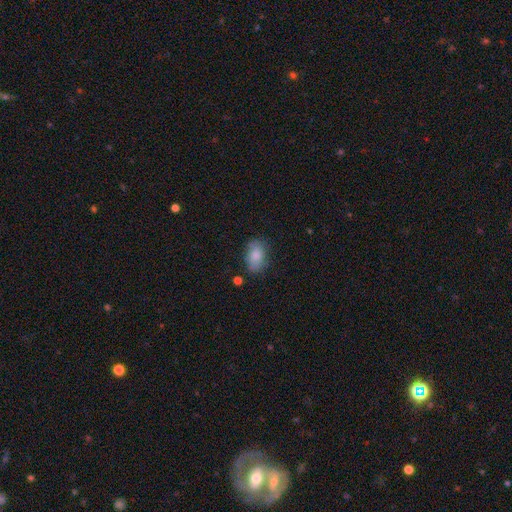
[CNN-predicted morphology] A smooth galaxy with no disk features (82%) that is in between round and cigar-shaped (89%).

Vote fractions:
- Smooth or featured? smooth: 82% / featured or disk: 11% / star or artifact: 7%
- How rounded? in between: 89% / round: 9% / cigar-shaped: 2%
- Merging? none: 68% / minor disturbance: 22% / major disturbance: 6% / merger: 3%